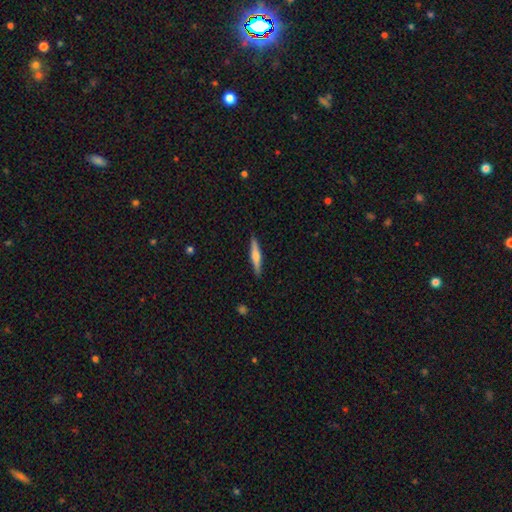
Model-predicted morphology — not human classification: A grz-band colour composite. It shows a featured or disk galaxy (56%) viewed edge-on (97%) with a rounded central bulge (81%). Merging: none (91%).